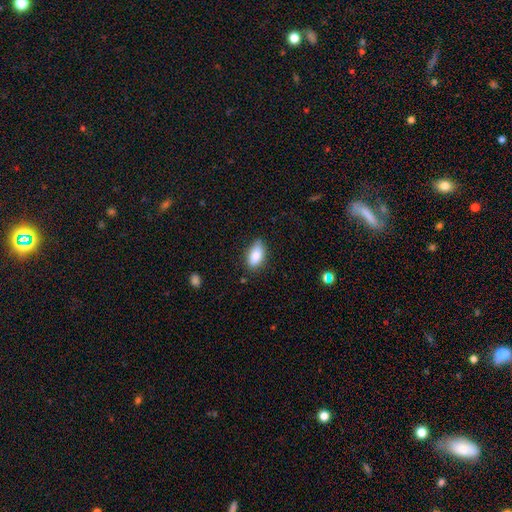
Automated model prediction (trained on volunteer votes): Smooth or featured? smooth (85%)
How rounded? in between (91%)
Merging? none (75%)